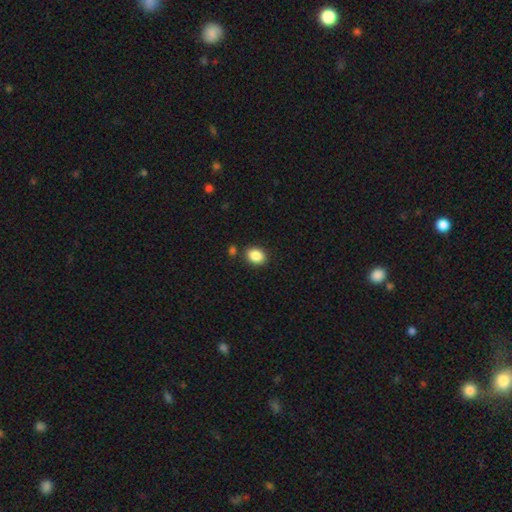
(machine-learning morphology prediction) Smooth or featured? Predicted: smooth (p=0.87). How rounded? Predicted: in between (p=0.61). Merging? Predicted: none (p=0.83).